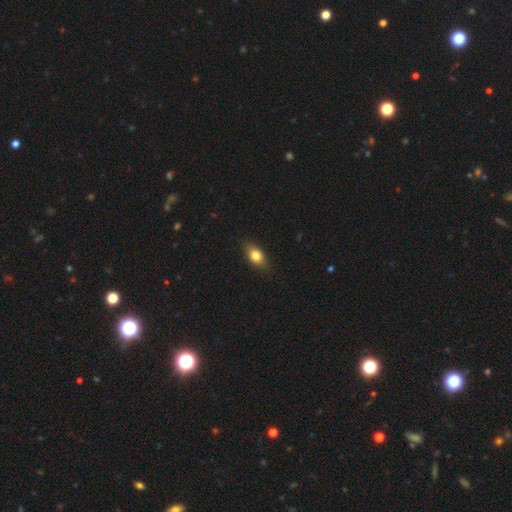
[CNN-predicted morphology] smooth 81%, featured or disk 11%, star or artifact 8%. Down the decision tree: how rounded — in between (81%); merging — none (85%).